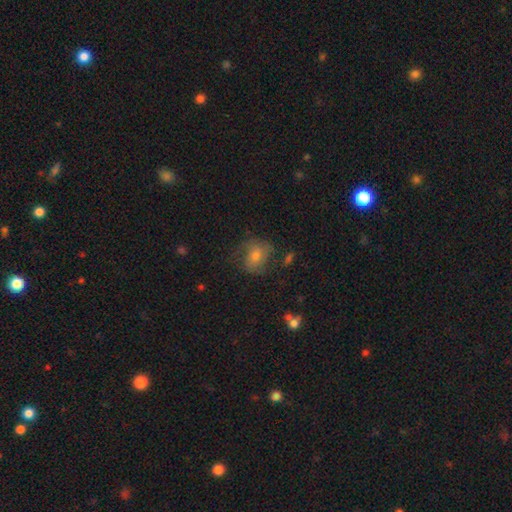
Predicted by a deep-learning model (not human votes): Smooth or featured? smooth (48%)
Merging? none (58%)